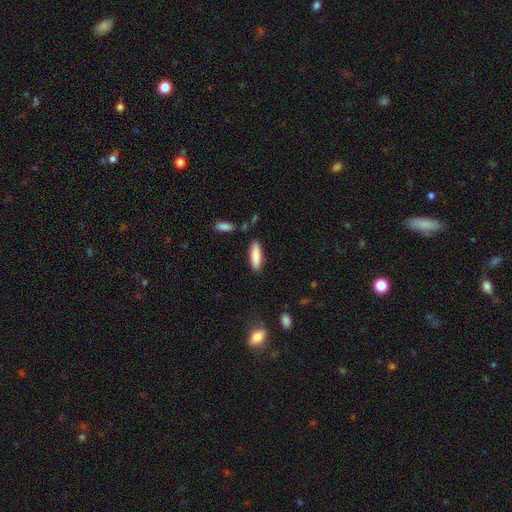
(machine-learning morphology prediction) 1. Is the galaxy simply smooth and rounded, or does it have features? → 85% smooth, 9% featured or disk, 6% star or artifact.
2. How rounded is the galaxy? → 58% cigar-shaped, 40% in between, 1% round.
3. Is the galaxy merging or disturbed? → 85% none, 10% minor disturbance, 3% merger, 2% major disturbance.